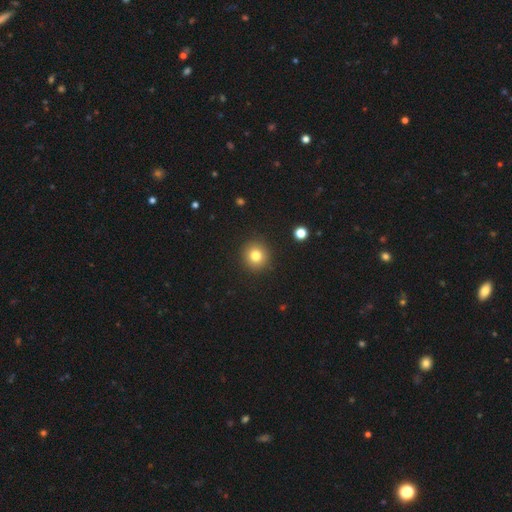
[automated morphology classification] This appears to be a smooth galaxy with no disk features (80%) that is round (93%). Merging: none (91%).